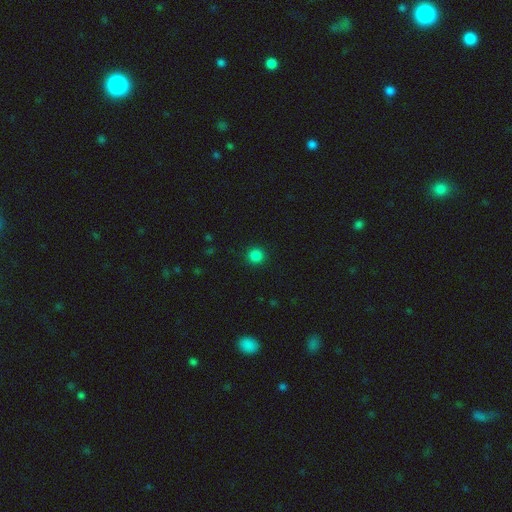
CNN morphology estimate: Smooth or featured? smooth (85%)
How rounded? round (95%)
Merging? none (92%)